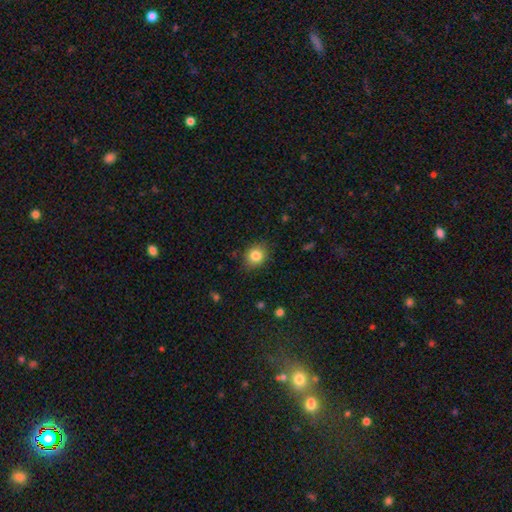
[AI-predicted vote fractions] The model was most divided on "how rounded": round: 70%, in between: 29%, cigar-shaped: 1%. More confident: merging — none (84%); smooth or featured — smooth (83%).